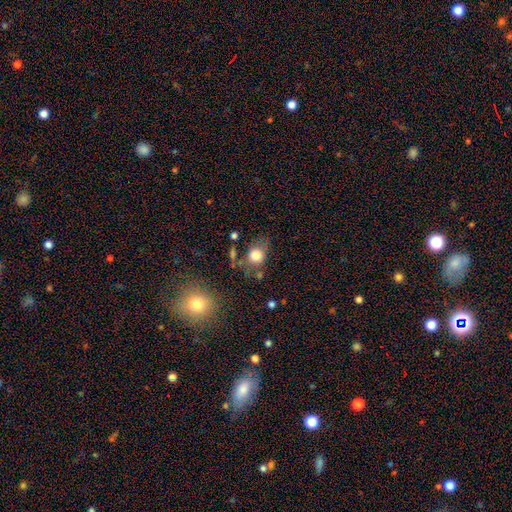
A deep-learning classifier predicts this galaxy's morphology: Overall: smooth (78%). How rounded: round (54%; in between 44%). Merging: none (58%; minor disturbance 23%).